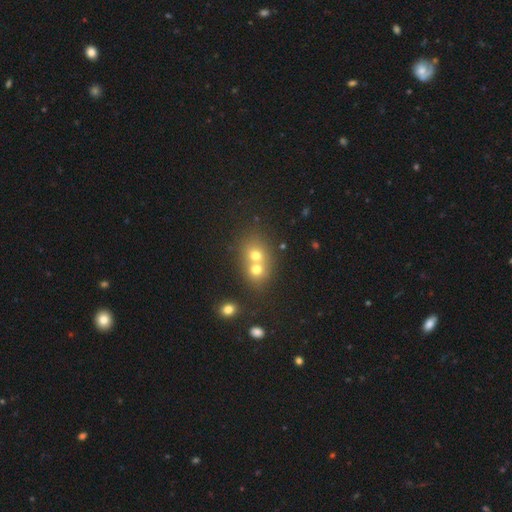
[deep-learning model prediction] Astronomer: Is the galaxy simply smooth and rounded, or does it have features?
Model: smooth — 67%.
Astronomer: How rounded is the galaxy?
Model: round — 69%.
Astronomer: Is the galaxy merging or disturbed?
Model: merger — 65%.